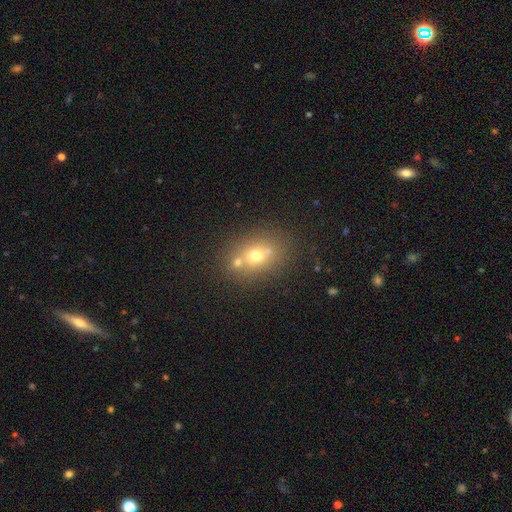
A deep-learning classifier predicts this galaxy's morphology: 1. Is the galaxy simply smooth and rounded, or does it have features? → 60% smooth, 23% featured or disk, 17% star or artifact.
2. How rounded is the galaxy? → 50% in between, 49% round, 2% cigar-shaped.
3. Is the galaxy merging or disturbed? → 57% none, 29% merger, 11% minor disturbance, 4% major disturbance.